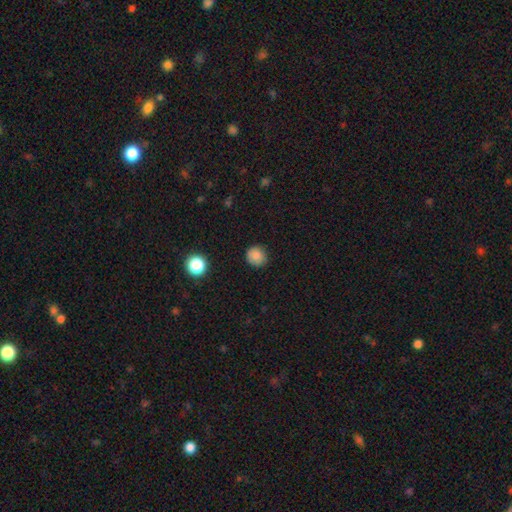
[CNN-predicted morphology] type=smooth (84%); roundness=round (88%); merging=none (85%).